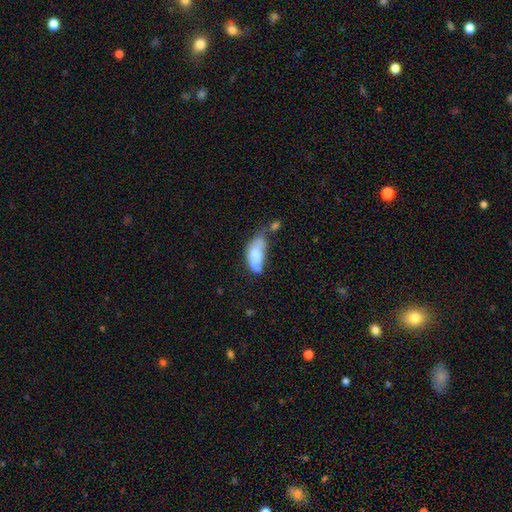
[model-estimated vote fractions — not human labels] Smooth or featured? Predicted: smooth (p=0.72). How rounded? Predicted: in between (p=0.85). Merging? Predicted: minor disturbance (p=0.30).